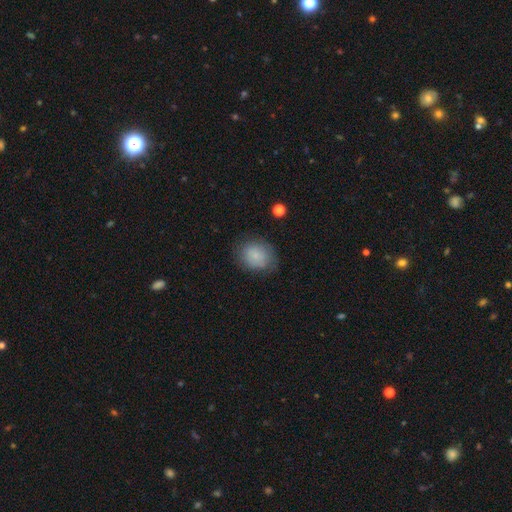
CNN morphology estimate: A smooth galaxy with no disk features (78%) that is round (55%).

Vote fractions:
- Smooth or featured? smooth: 78% / featured or disk: 13% / star or artifact: 8%
- How rounded? round: 55% / in between: 44% / cigar-shaped: 1%
- Merging? none: 72% / minor disturbance: 20% / major disturbance: 7% / merger: 2%